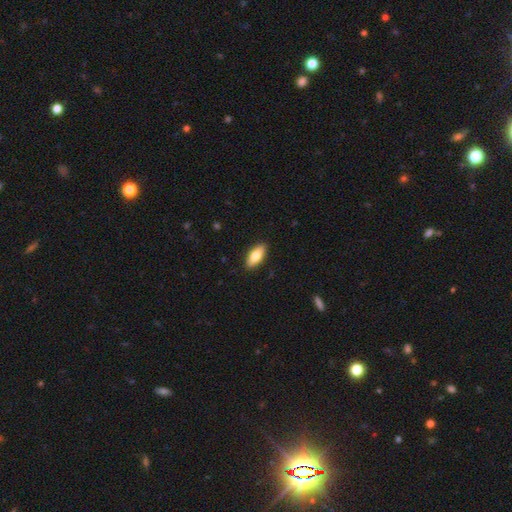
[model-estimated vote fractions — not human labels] Smooth or featured: smooth — 76% (featured or disk — 18%)
How rounded: in between — 83% (cigar-shaped — 14%)
Merging: none — 89% (minor disturbance — 8%)